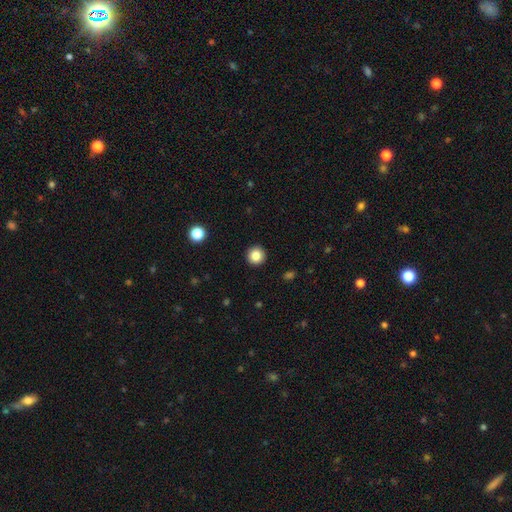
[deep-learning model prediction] smooth_or_featured: smooth (p=0.85) [alt: star or artifact p=0.10]
how_rounded: round (p=0.95) [alt: in between p=0.04]
merging: none (p=0.93) [alt: minor disturbance p=0.05]